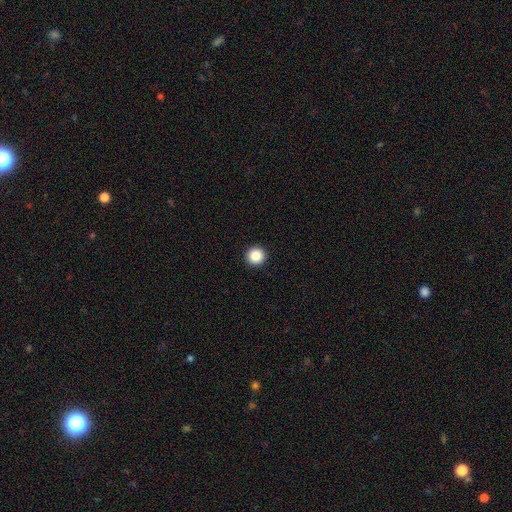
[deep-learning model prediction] Q: Smooth or featured?
A: smooth (87%); runner-up: star or artifact (9%)
Q: How rounded?
A: round (96%); runner-up: in between (3%)
Q: Merging?
A: none (94%); runner-up: minor disturbance (4%)